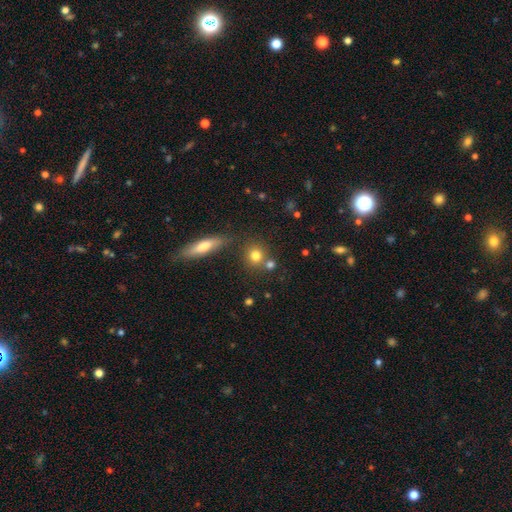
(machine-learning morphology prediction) smooth 77%, star or artifact 12%, featured or disk 11%. Down the decision tree: how rounded — round (84%); merging — none (67%).